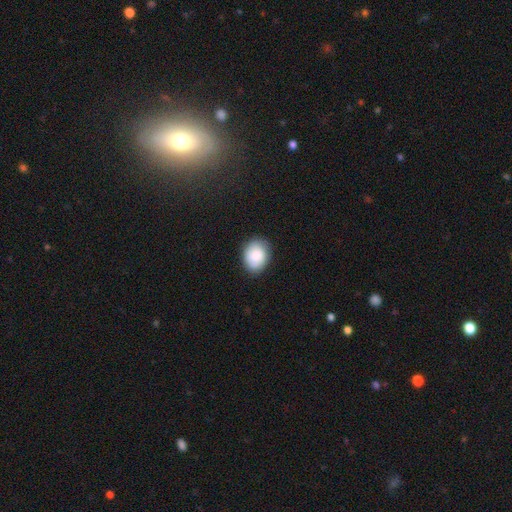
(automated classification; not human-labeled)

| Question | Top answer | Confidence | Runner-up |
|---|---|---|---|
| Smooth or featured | smooth | 87% | star or artifact (7%) |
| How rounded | in between | 57% | round (42%) |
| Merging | none | 82% | minor disturbance (14%) |